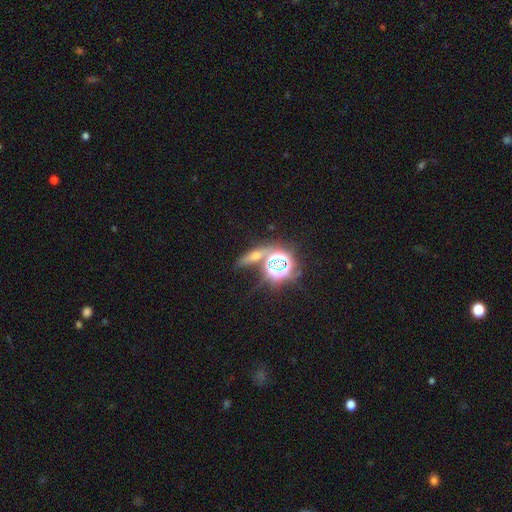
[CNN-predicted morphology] This is marginally a star or artifact rather than a galaxy (44%).